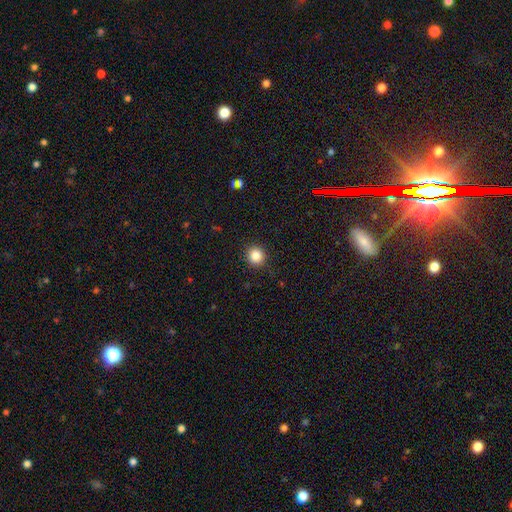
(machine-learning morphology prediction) Q: Smooth or featured?
A: smooth (86%); runner-up: star or artifact (10%)
Q: How rounded?
A: round (90%); runner-up: in between (9%)
Q: Merging?
A: none (91%); runner-up: minor disturbance (6%)